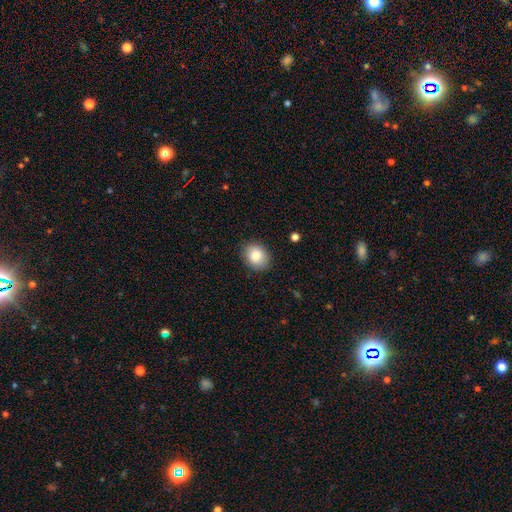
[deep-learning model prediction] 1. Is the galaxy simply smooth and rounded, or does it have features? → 83% smooth, 9% featured or disk, 8% star or artifact.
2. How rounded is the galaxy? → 53% round, 46% in between, 1% cigar-shaped.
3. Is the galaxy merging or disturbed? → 87% none, 10% minor disturbance, 2% major disturbance, 1% merger.